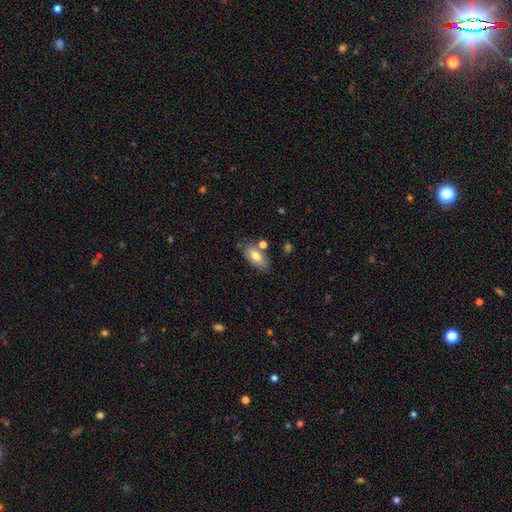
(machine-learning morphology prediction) smooth 74%, featured or disk 19%, star or artifact 7%. Down the decision tree: how rounded — in between (88%); merging — none (71%).